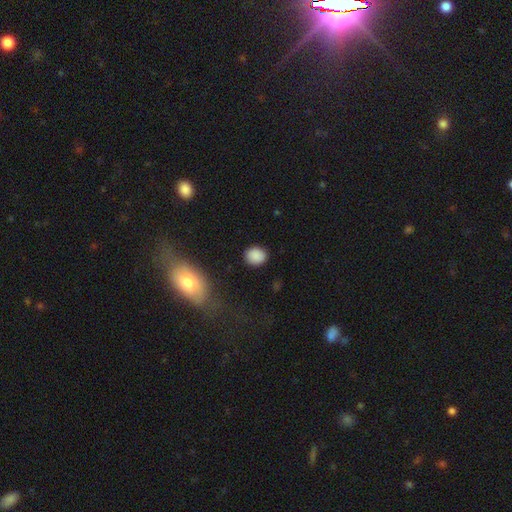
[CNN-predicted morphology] This appears to be a smooth galaxy with no disk features (87%) that is round (57%). Merging: none (85%).